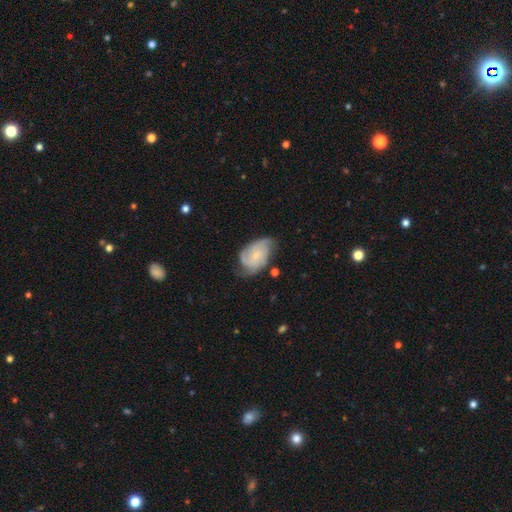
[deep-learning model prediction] The model was most divided on "spiral arm count": 3: 34%, 2: 30%, can't tell: 22%, 4: 7%, 1: 5%, more than 4: 4%. Remaining: edge-on disk — no (97%); spiral arms — yes (92%); bulge size — small (72%); bar — no (71%); smooth or featured — featured or disk (70%); merging — none (50%); spiral winding — medium (43%).